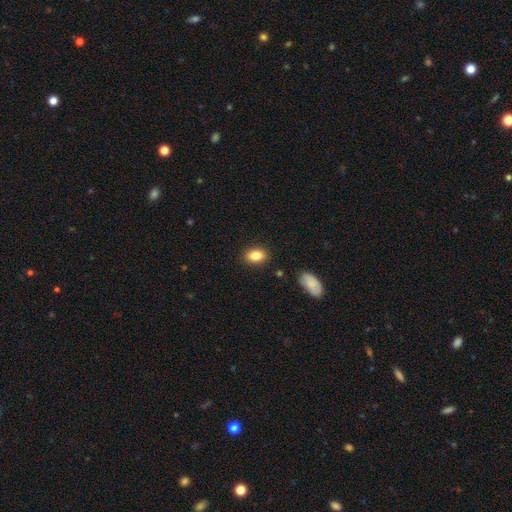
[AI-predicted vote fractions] This is clearly a smooth galaxy (85%). How rounded: clearly in between (80%). Merging: clearly none (87%).